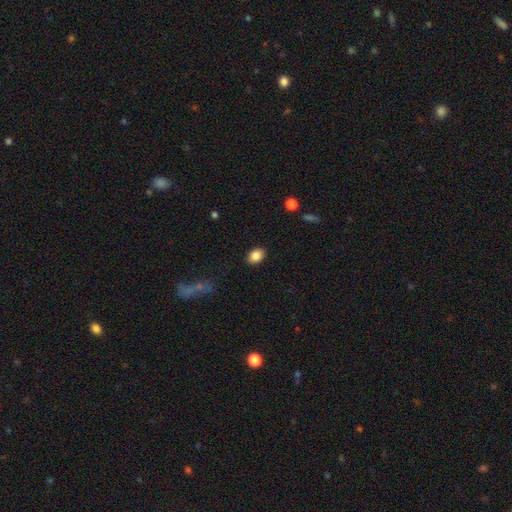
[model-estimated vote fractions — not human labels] smooth_or_featured: smooth (p=0.86) [alt: star or artifact p=0.08]
how_rounded: in between (p=0.72) [alt: round p=0.27]
merging: none (p=0.88) [alt: minor disturbance p=0.08]